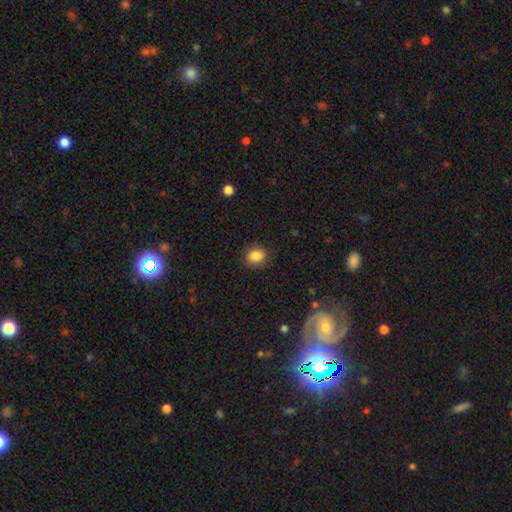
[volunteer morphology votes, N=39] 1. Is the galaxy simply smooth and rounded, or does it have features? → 79% smooth, 10% featured or disk, 10% star or artifact.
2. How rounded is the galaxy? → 52% in between, 48% round, 0% cigar-shaped.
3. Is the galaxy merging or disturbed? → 91% none, 9% minor disturbance, 0% major disturbance, 0% merger.